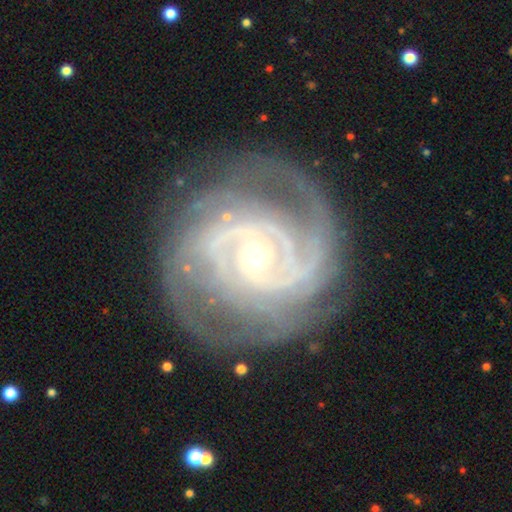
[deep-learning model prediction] Smooth or featured: featured or disk — 90% (star or artifact — 5%)
Edge-on disk: no — 97% (yes — 3%)
Bar: no — 61% (weak — 28%)
Spiral arms: yes — 98% (no — 2%)
Spiral winding: tight — 72% (medium — 24%)
Spiral arm count: 2 — 31% (3 — 22%)
Bulge size: small — 58% (moderate — 38%)
Merging: none — 77% (minor disturbance — 15%)